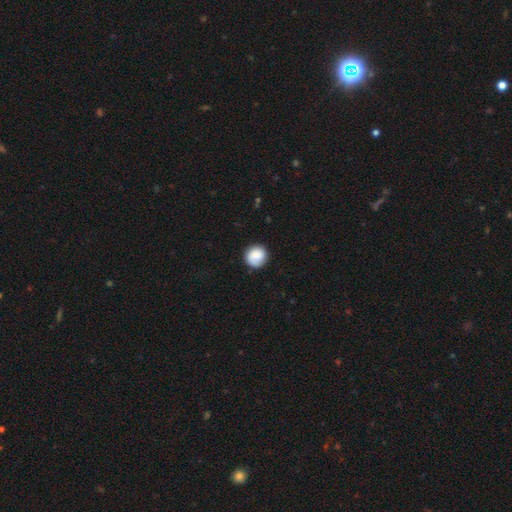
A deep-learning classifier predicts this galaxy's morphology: smooth_or_featured: smooth (p=0.80) [alt: featured or disk p=0.13]
how_rounded: round (p=0.91) [alt: in between p=0.08]
merging: none (p=0.82) [alt: minor disturbance p=0.13]